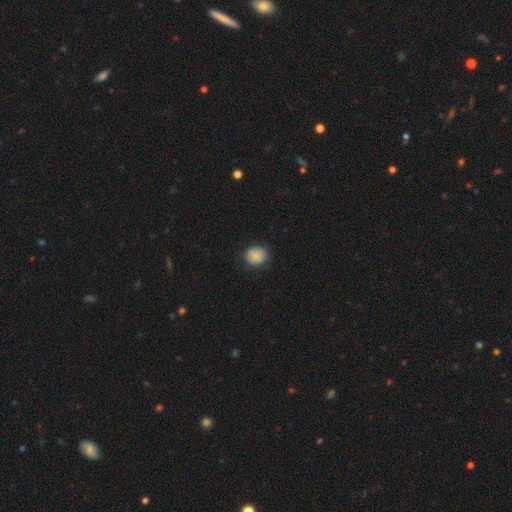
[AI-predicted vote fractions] smooth_or_featured: smooth (p=0.84) [alt: star or artifact p=0.09]
how_rounded: round (p=0.72) [alt: in between p=0.27]
merging: none (p=0.78) [alt: minor disturbance p=0.17]